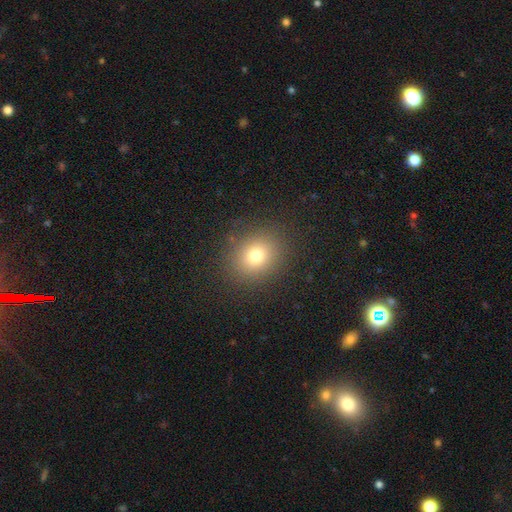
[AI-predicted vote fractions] This appears to be a smooth galaxy with no disk features (76%) that is round (71%). Merging: none (88%).